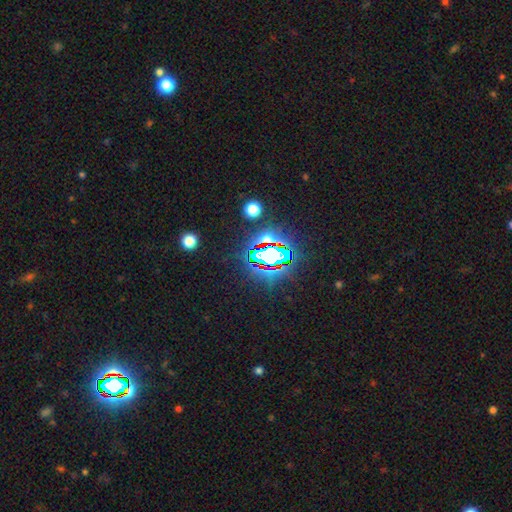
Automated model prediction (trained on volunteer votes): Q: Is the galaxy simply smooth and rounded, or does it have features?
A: star or artifact — 78%.